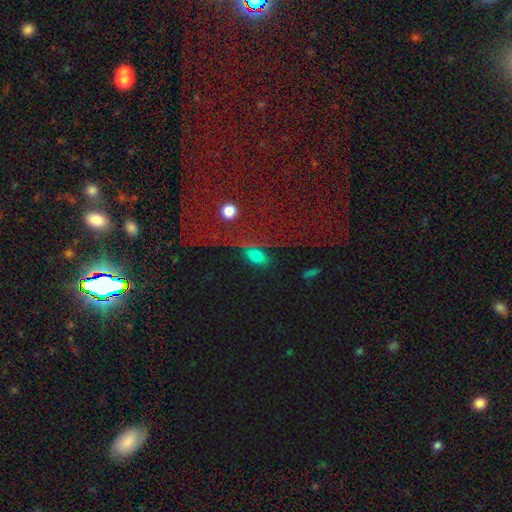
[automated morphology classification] Q: Smooth or featured?
A: smooth (53%); runner-up: star or artifact (32%)
Q: How rounded?
A: in between (66%); runner-up: round (22%)
Q: Merging?
A: none (72%); runner-up: minor disturbance (15%)